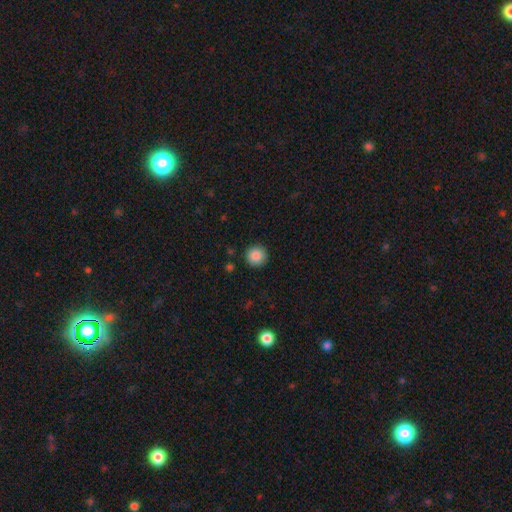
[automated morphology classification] Overall: smooth (87%). How rounded: round (95%). Merging: none (91%).